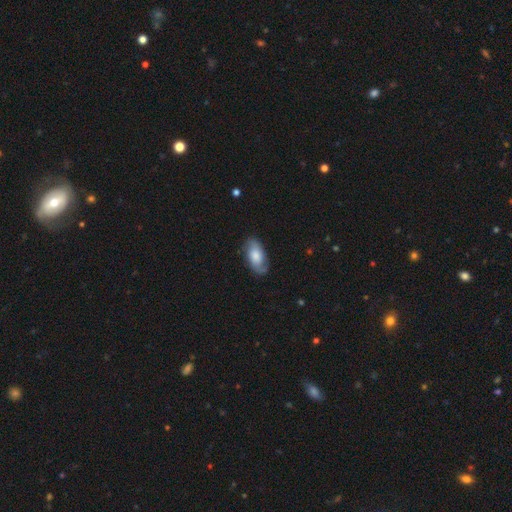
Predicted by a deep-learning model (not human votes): Smooth or featured?
  - featured or disk: 52% *
  - smooth: 41%
  - star or artifact: 7%
Edge-on disk?
  - no: 93% *
  - yes: 7%
Merging?
  - none: 79% *
  - minor disturbance: 15%
  - major disturbance: 4%
  - merger: 1%